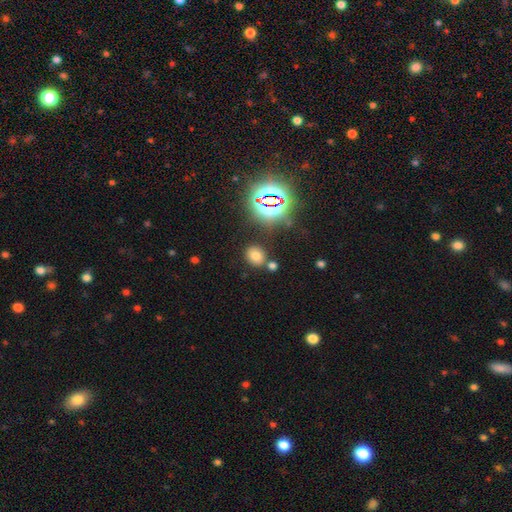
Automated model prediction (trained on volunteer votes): Q: Smooth or featured?
A: smooth (67%); runner-up: star or artifact (24%)
Q: How rounded?
A: round (61%); runner-up: in between (37%)
Q: Merging?
A: none (77%); runner-up: merger (10%)